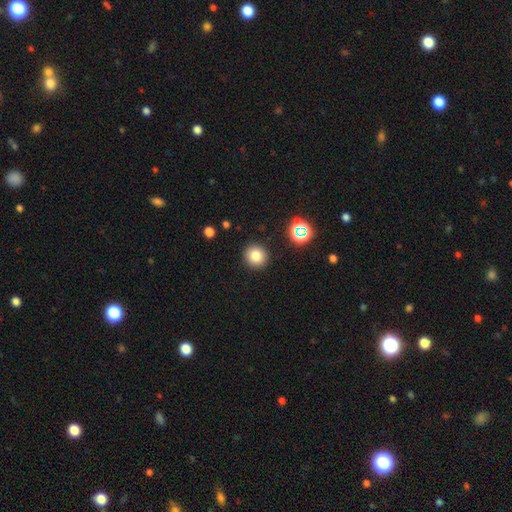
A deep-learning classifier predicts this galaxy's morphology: Smooth or featured? smooth (80%)
How rounded? round (93%)
Merging? none (90%)